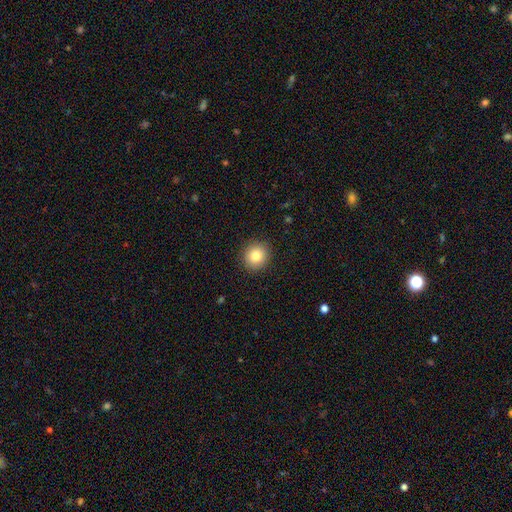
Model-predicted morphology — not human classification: Overall: smooth (84%). How rounded: round (91%). Merging: none (91%).